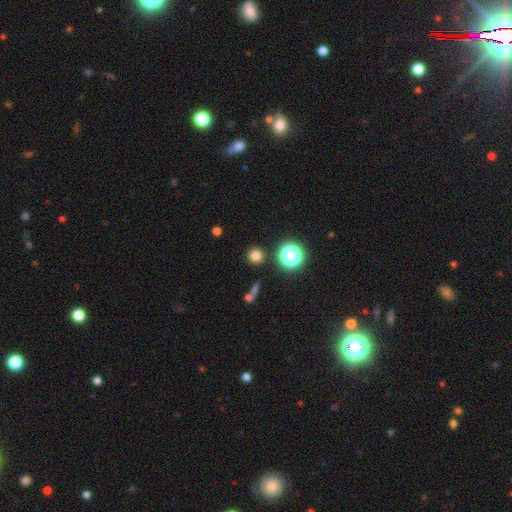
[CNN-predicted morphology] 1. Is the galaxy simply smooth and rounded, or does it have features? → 76% smooth, 18% star or artifact, 6% featured or disk.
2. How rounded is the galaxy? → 94% round, 5% in between, 1% cigar-shaped.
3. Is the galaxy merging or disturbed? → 88% none, 6% minor disturbance, 3% merger, 3% major disturbance.